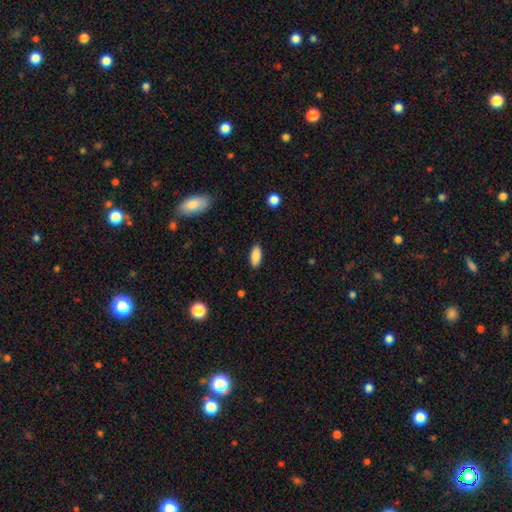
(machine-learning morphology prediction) type=smooth (87%); roundness=in between (80%); merging=none (87%).